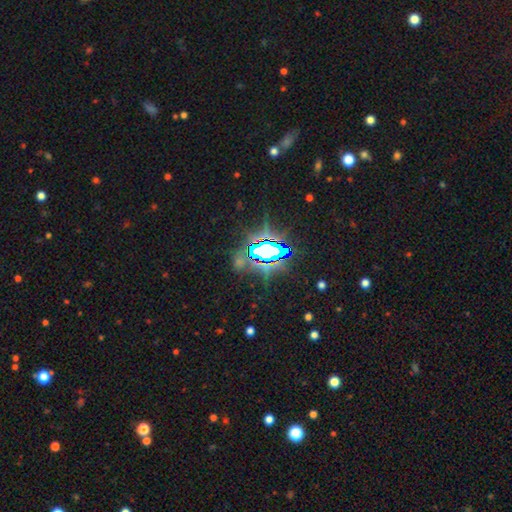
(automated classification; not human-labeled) Smooth or featured? star or artifact (80%)